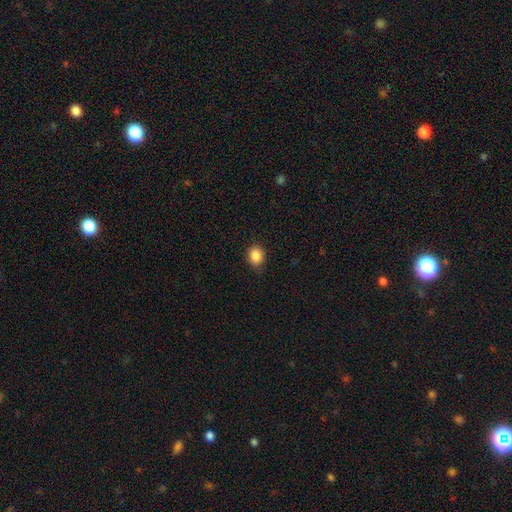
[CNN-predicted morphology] Overall: smooth (87%). How rounded: round (54%; in between 45%). Merging: none (82%).